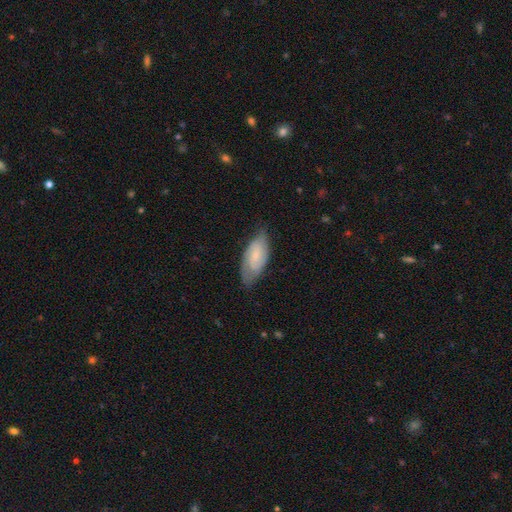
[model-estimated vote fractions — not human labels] Smooth or featured: featured or disk — 50% (smooth — 43%)
Merging: none — 69% (minor disturbance — 24%)